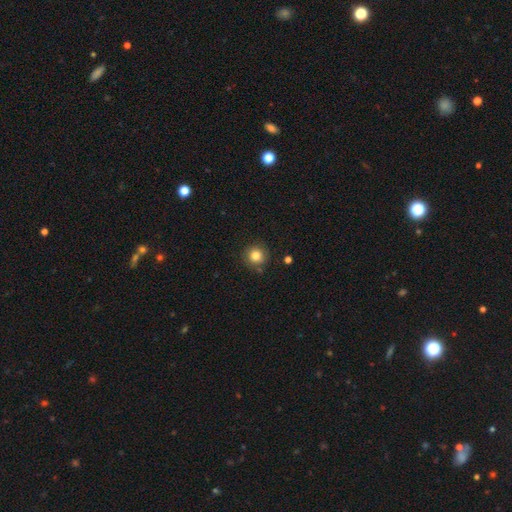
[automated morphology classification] Q: Smooth or featured?
A: smooth (82%); runner-up: star or artifact (11%)
Q: How rounded?
A: round (93%); runner-up: in between (6%)
Q: Merging?
A: none (84%); runner-up: minor disturbance (10%)